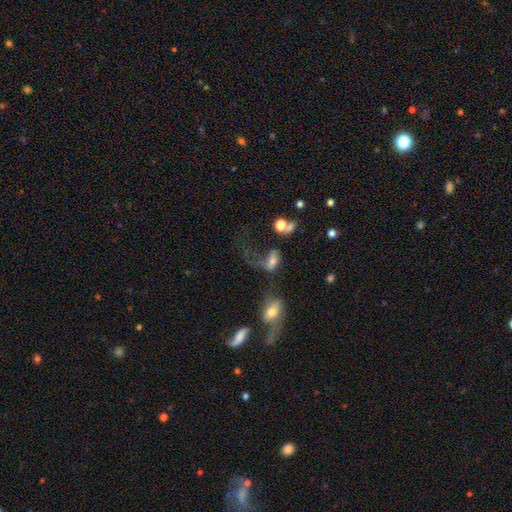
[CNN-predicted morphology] Q: Smooth or featured?
A: featured or disk (45%); runner-up: smooth (33%)
Q: Merging?
A: merger (51%); runner-up: major disturbance (21%)